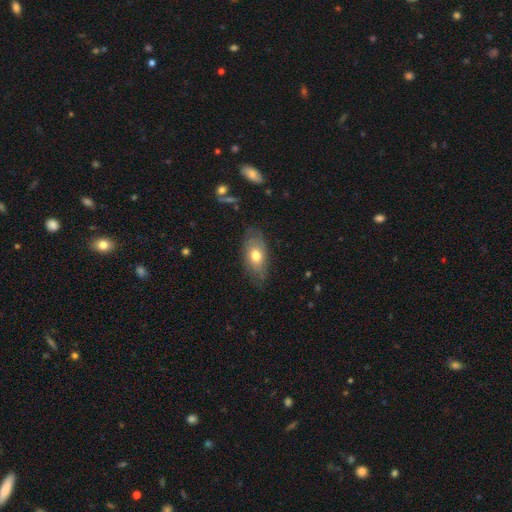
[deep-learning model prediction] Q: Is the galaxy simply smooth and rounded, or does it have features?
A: smooth — 67%.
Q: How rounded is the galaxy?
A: in between — 88%.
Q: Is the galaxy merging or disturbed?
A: none — 71%.